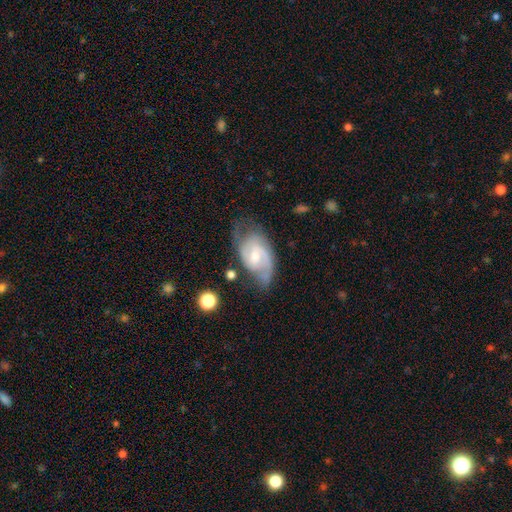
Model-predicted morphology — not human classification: A featured or disk galaxy (82%) with a weak bar (53%), 2 (72%) medium (50%) spiral arms (95%) and a small central bulge (49%). Merging: none (58%).